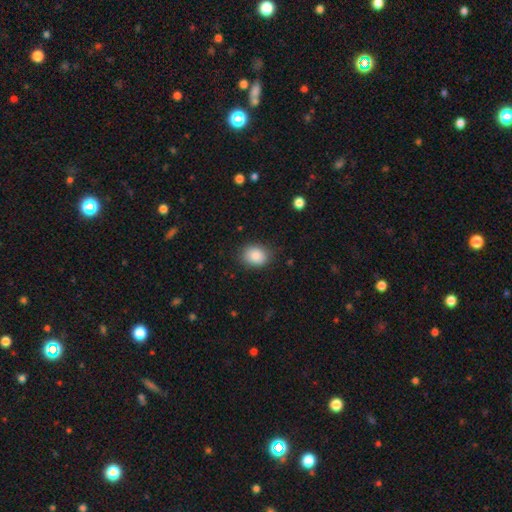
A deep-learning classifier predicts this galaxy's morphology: This is clearly a smooth galaxy (87%). How rounded: possibly in between (56%). Merging: clearly none (81%).